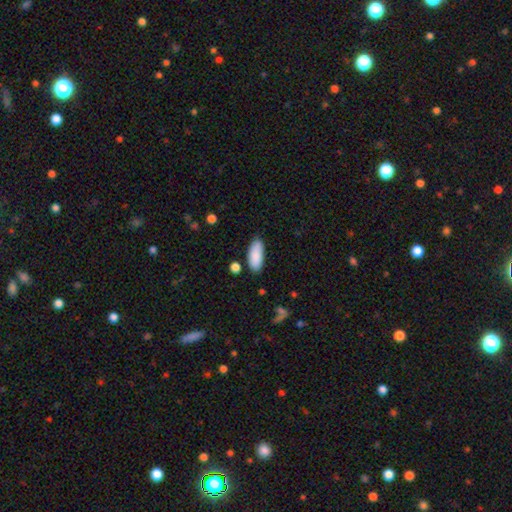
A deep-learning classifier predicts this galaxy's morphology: Smooth or featured?
  - smooth: 88% *
  - star or artifact: 6%
  - featured or disk: 5%
How rounded?
  - in between: 83% *
  - cigar-shaped: 15%
  - round: 2%
Merging?
  - none: 81% *
  - minor disturbance: 13%
  - merger: 4%
  - major disturbance: 3%